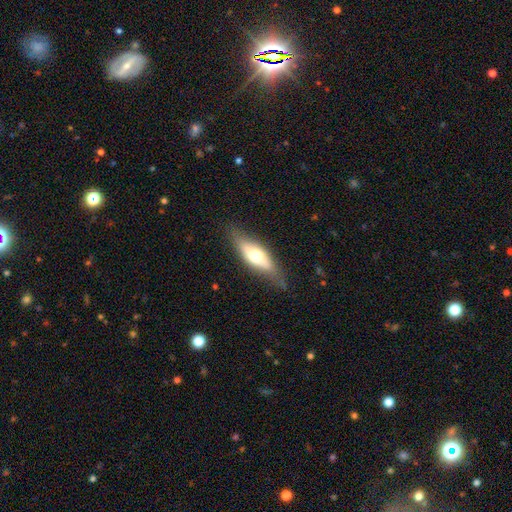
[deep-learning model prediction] Morphology: type=smooth (52%); roundness=in between (59%); merging=none (74%).